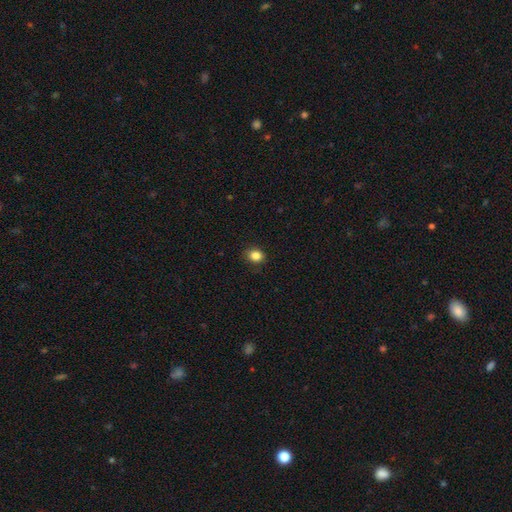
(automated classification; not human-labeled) A smooth galaxy with no disk features (85%) that is round (64%).

Vote fractions:
- Smooth or featured? smooth: 85% / star or artifact: 11% / featured or disk: 4%
- How rounded? round: 64% / in between: 36% / cigar-shaped: 1%
- Merging? none: 87% / minor disturbance: 10% / major disturbance: 2% / merger: 1%